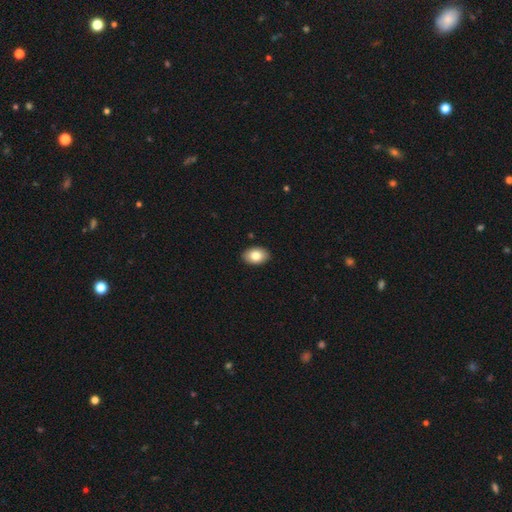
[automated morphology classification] Smooth or featured? Predicted: smooth (p=0.82). How rounded? Predicted: in between (p=0.86). Merging? Predicted: none (p=0.90).